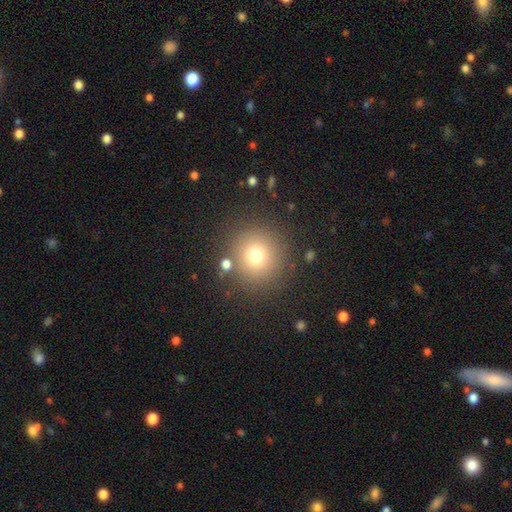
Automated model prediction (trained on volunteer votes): Q: Smooth or featured?
A: smooth (72%); runner-up: star or artifact (17%)
Q: How rounded?
A: round (94%); runner-up: in between (5%)
Q: Merging?
A: none (84%); runner-up: minor disturbance (7%)